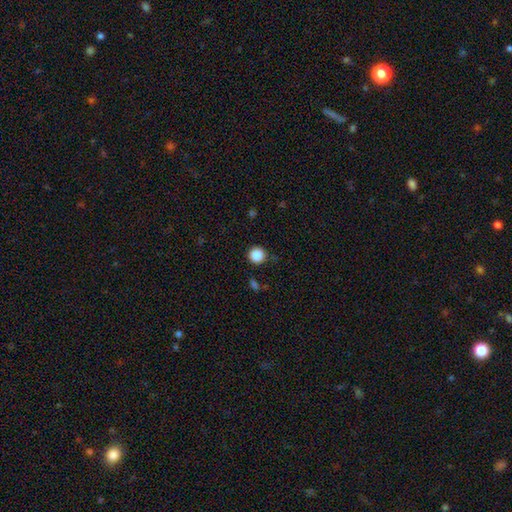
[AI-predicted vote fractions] Smooth or featured? smooth (87%)
How rounded? round (95%)
Merging? none (88%)